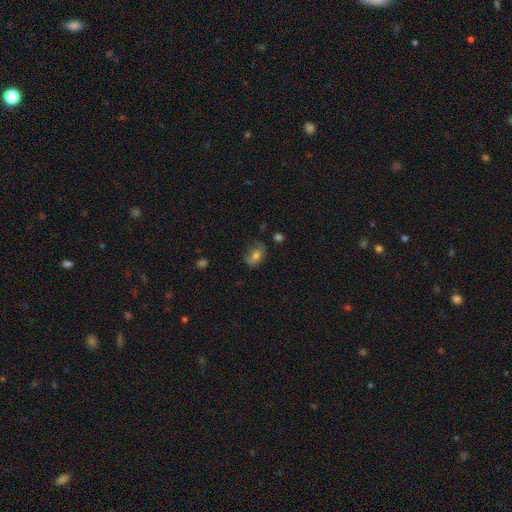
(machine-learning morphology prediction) Smooth or featured: smooth — 68% (featured or disk — 21%)
How rounded: in between — 73% (round — 25%)
Merging: none — 50% (minor disturbance — 32%)